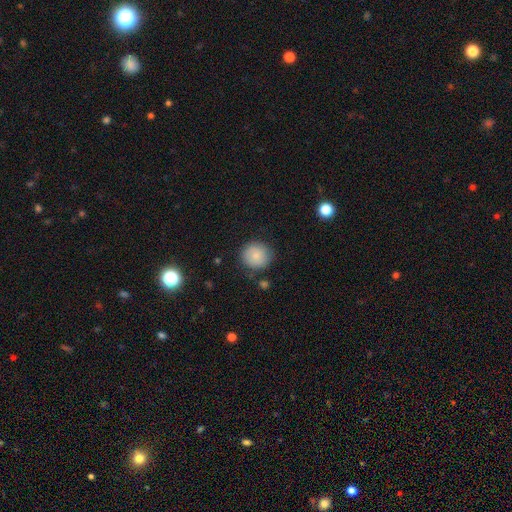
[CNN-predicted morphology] Smooth or featured: smooth — 84% (star or artifact — 8%)
How rounded: round — 89% (in between — 10%)
Merging: none — 81% (minor disturbance — 13%)